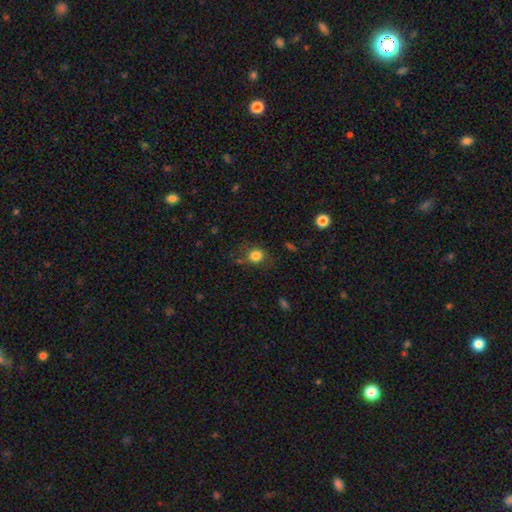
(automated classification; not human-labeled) smooth_or_featured: smooth (p=0.81) [alt: star or artifact p=0.11]
how_rounded: round (p=0.69) [alt: in between p=0.30]
merging: none (p=0.68) [alt: minor disturbance p=0.20]